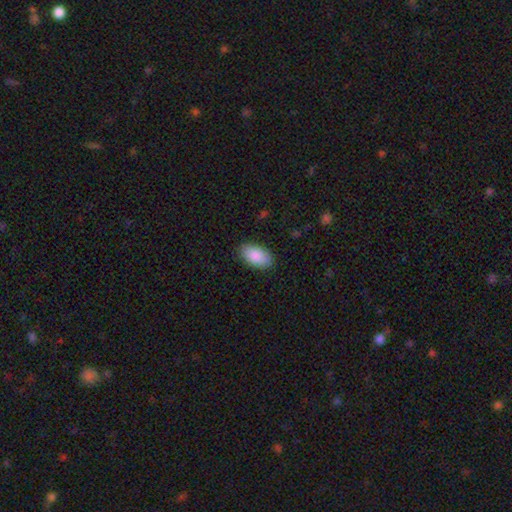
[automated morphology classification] The model was most divided on "merging": none: 87%, minor disturbance: 10%, major disturbance: 2%, merger: 1%. More confident: how rounded — in between (95%); smooth or featured — smooth (89%).